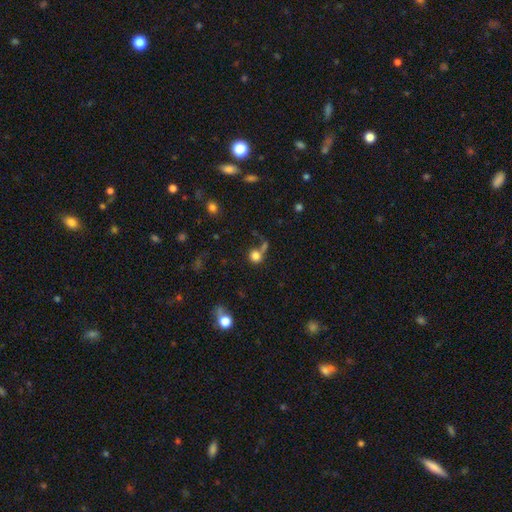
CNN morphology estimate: smooth-or-featured: smooth: 80% | star or artifact: 12% | featured or disk: 8%
  how-rounded: round: 84% | in between: 15% | cigar-shaped: 1%
  merging: none: 52% | merger: 26% | minor disturbance: 12% | major disturbance: 10%